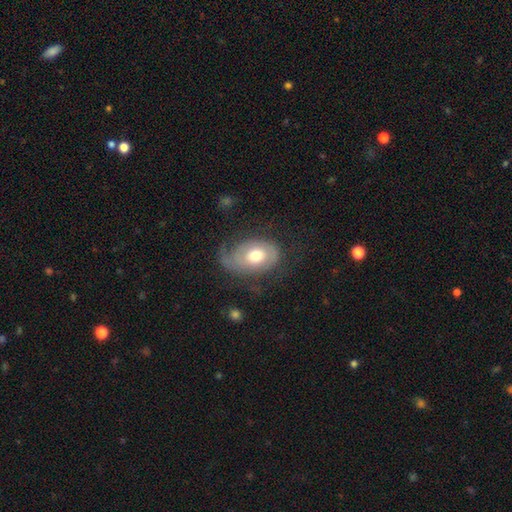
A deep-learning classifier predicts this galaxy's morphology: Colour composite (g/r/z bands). It shows a featured or disk galaxy (58%) with no bar (80%), spiral arms (75%) and a moderate central bulge (71%). Merging: none (45%).